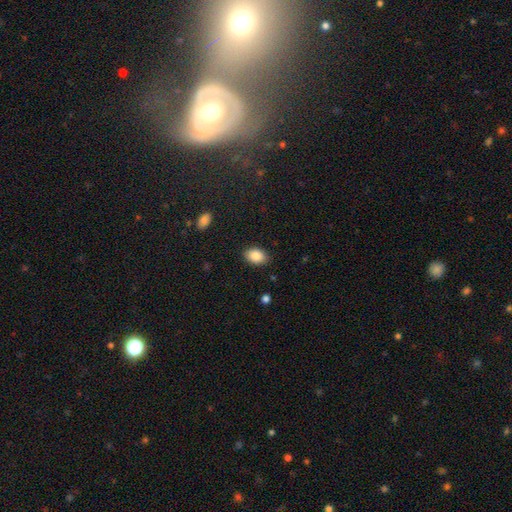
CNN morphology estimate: Q: Smooth or featured?
A: smooth (88%); runner-up: star or artifact (7%)
Q: How rounded?
A: in between (84%); runner-up: round (15%)
Q: Merging?
A: none (87%); runner-up: minor disturbance (9%)